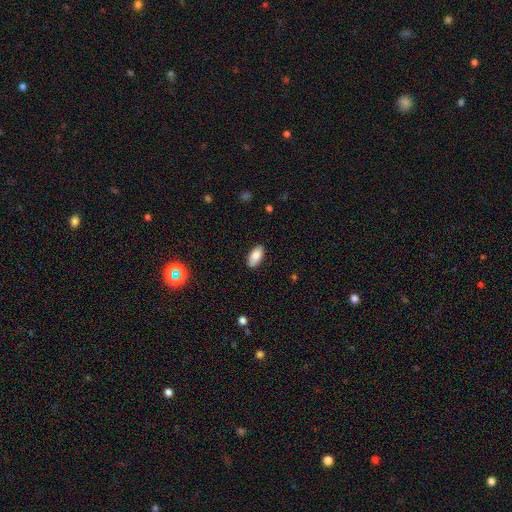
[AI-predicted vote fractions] Smooth or featured? smooth (85%)
How rounded? in between (91%)
Merging? none (86%)